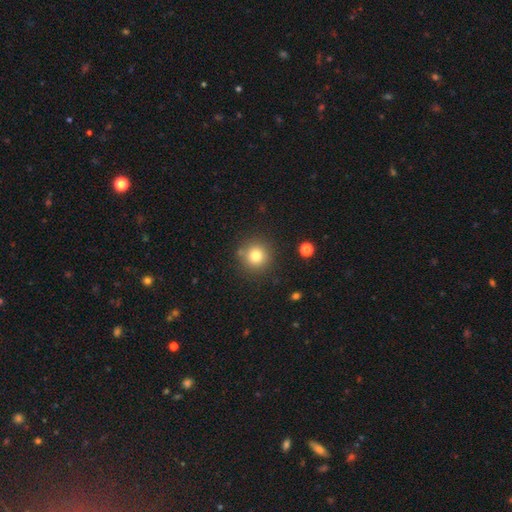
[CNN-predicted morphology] Smooth or featured: smooth — 78% (star or artifact — 13%)
How rounded: round — 95% (in between — 4%)
Merging: none — 85% (minor disturbance — 8%)